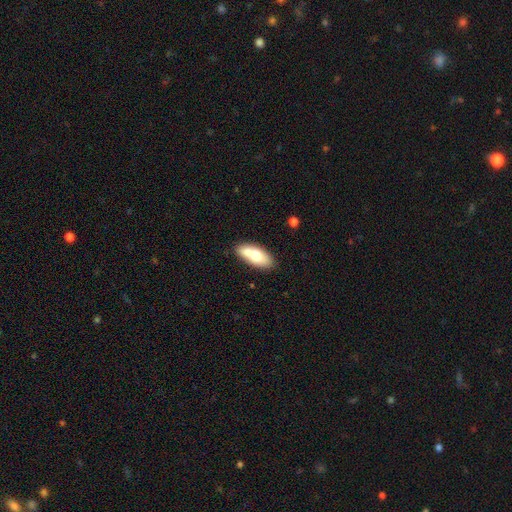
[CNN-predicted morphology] Overall: smooth (66%; featured or disk 27%). How rounded: in between (81%). Merging: none (54%; merger 27%).